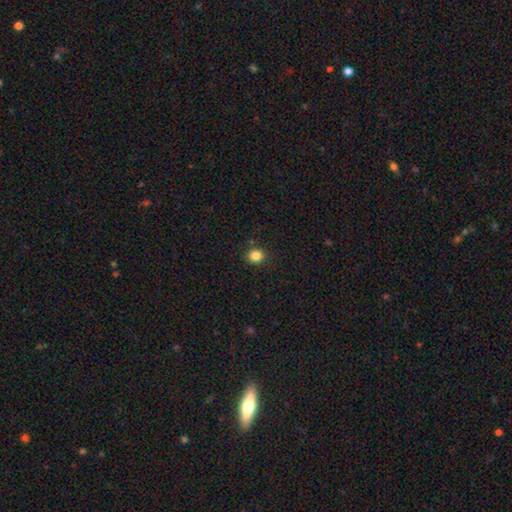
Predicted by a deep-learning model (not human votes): Smooth or featured? Predicted: smooth (p=0.84). How rounded? Predicted: round (p=0.81). Merging? Predicted: none (p=0.88).